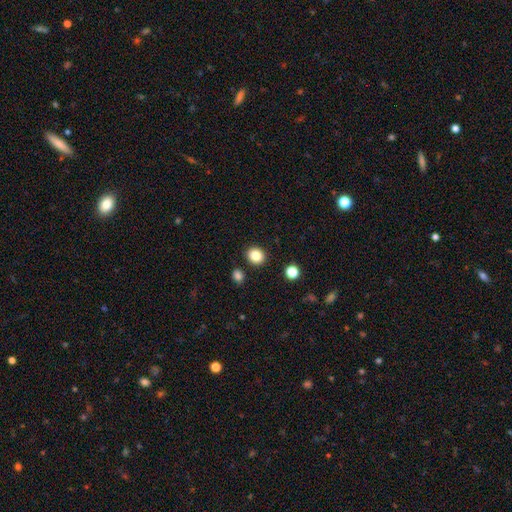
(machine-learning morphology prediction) This appears to be a smooth galaxy with no disk features (85%) that is round (79%). Merging: none (90%).